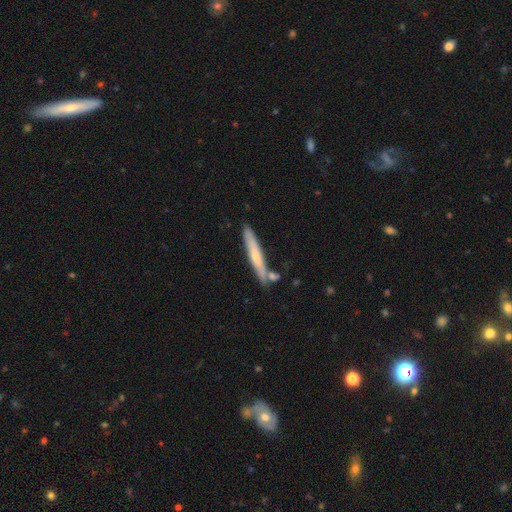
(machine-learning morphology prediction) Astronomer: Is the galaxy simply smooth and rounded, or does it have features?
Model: smooth — 55% (runner-up: featured or disk, 39%).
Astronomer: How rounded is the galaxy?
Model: cigar-shaped — 95%.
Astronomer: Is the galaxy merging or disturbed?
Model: none — 76%.